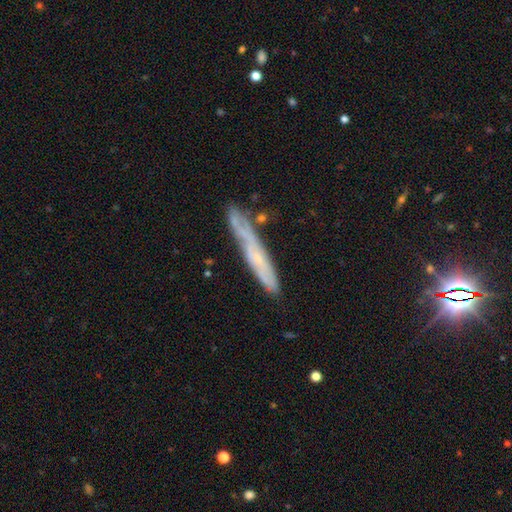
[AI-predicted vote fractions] Overall: featured or disk (57%; smooth 35%). Edge-on disk: yes (72%). Merging: none (69%).